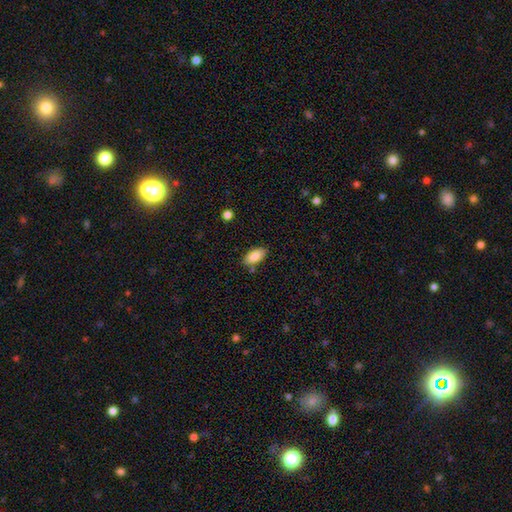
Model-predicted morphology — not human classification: Smooth or featured?
  - smooth: 86% *
  - star or artifact: 7%
  - featured or disk: 7%
How rounded?
  - in between: 92% *
  - cigar-shaped: 6%
  - round: 2%
Merging?
  - none: 79% *
  - minor disturbance: 13%
  - merger: 5%
  - major disturbance: 3%